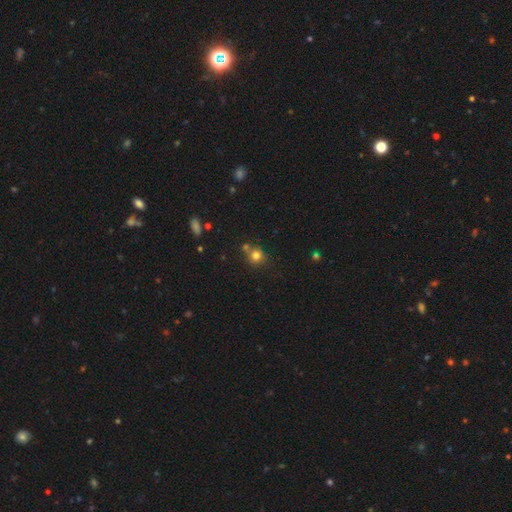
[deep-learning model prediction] Morphology: type=smooth (78%); roundness=round (86%); merging=none (63%).